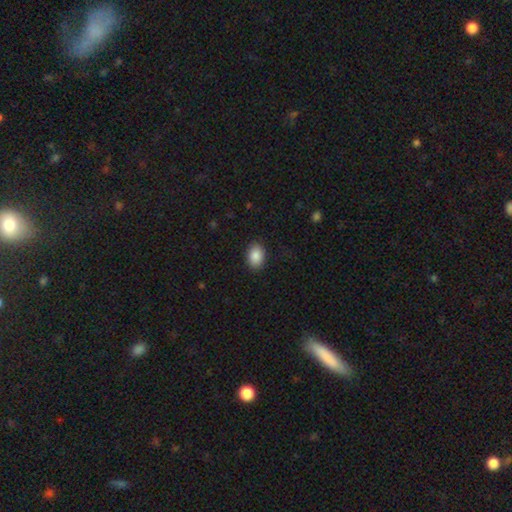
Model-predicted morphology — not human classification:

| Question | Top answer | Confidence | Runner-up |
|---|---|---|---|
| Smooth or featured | smooth | 89% | star or artifact (7%) |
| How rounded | in between | 84% | round (15%) |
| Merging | none | 89% | minor disturbance (8%) |